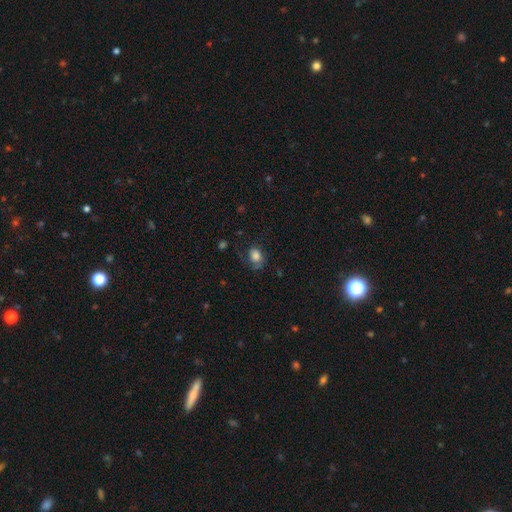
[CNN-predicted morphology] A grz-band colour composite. It shows a smooth galaxy with no disk features (77%) that is in between round and cigar-shaped (68%). Merging: none (57%).